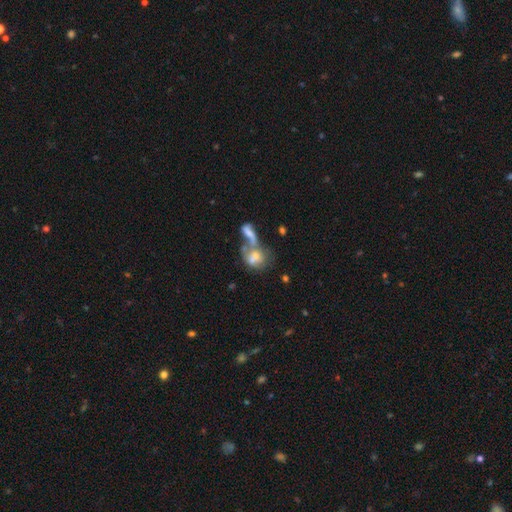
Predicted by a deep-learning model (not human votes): Smooth or featured?
  - smooth: 53% *
  - featured or disk: 35%
  - star or artifact: 12%
How rounded?
  - in between: 70% *
  - round: 26%
  - cigar-shaped: 4%
Merging?
  - merger: 67% *
  - none: 14%
  - major disturbance: 12%
  - minor disturbance: 7%